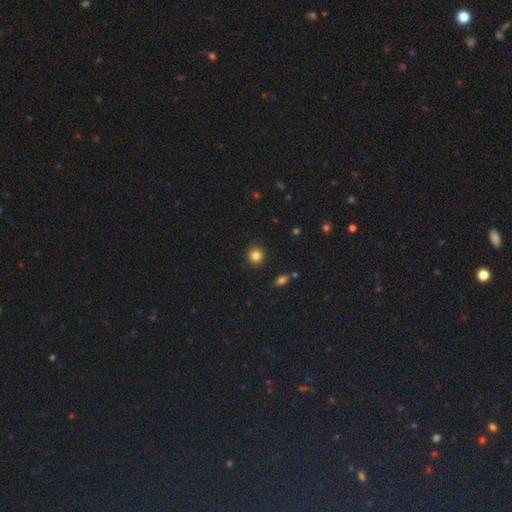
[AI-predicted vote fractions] Smooth or featured?
  - smooth: 84% *
  - star or artifact: 11%
  - featured or disk: 5%
How rounded?
  - round: 92% *
  - in between: 7%
  - cigar-shaped: 1%
Merging?
  - none: 91% *
  - minor disturbance: 5%
  - major disturbance: 2%
  - merger: 1%